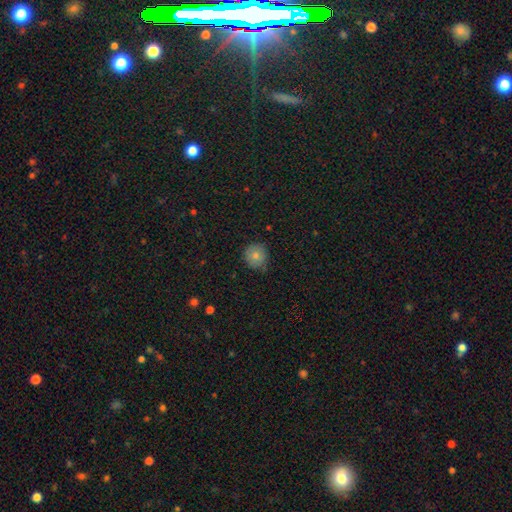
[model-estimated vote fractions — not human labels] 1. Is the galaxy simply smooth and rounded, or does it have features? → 78% smooth, 11% featured or disk, 11% star or artifact.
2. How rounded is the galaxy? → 92% round, 7% in between, 1% cigar-shaped.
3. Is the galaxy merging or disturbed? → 78% none, 18% minor disturbance, 3% major disturbance, 1% merger.